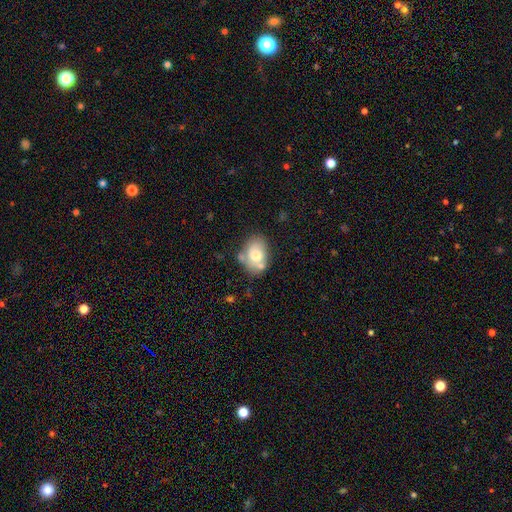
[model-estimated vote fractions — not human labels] smooth-or-featured: smooth: 64% | featured or disk: 27% | star or artifact: 8%
  how-rounded: in between: 69% | round: 30% | cigar-shaped: 1%
  merging: none: 50% | minor disturbance: 22% | merger: 21% | major disturbance: 7%